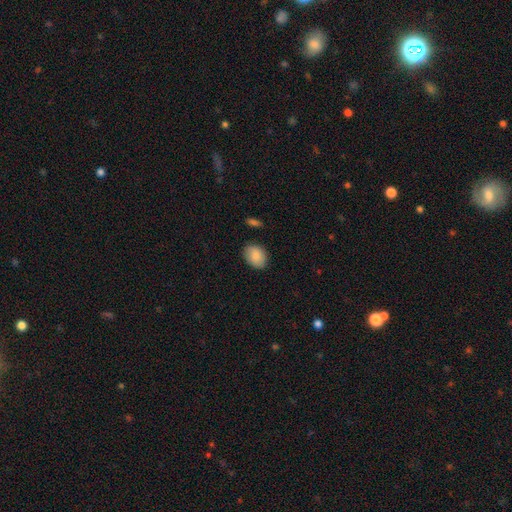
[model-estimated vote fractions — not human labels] smooth-or-featured: smooth: 87% | star or artifact: 7% | featured or disk: 7%
  how-rounded: in between: 68% | round: 31% | cigar-shaped: 1%
  merging: none: 84% | minor disturbance: 12% | major disturbance: 3% | merger: 2%